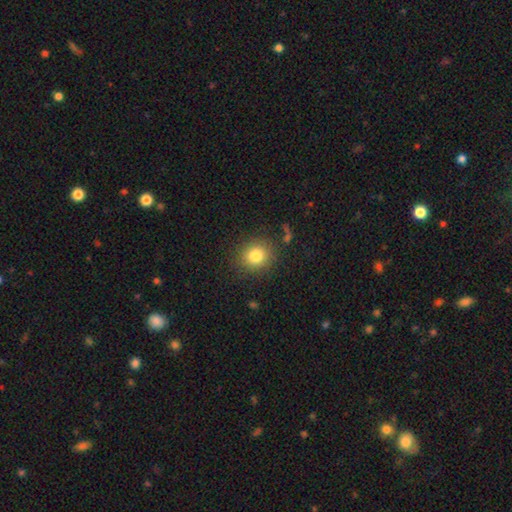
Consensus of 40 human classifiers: smooth 88%, star or artifact 8%, featured or disk 5%. Down the decision tree: how rounded — round (94%); merging — none (92%).